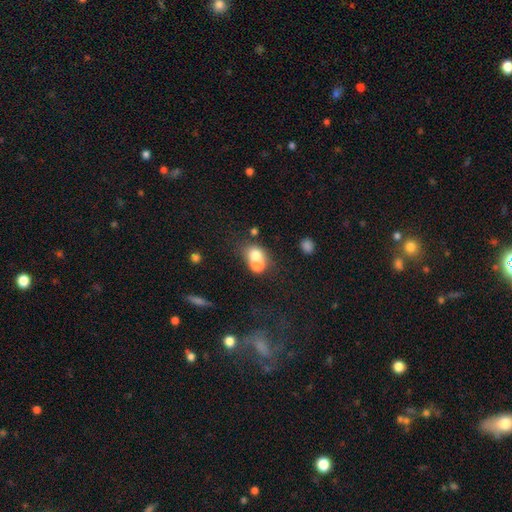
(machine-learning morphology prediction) A smooth galaxy with no disk features (68%) that is round (62%). Merging: merger (66%).